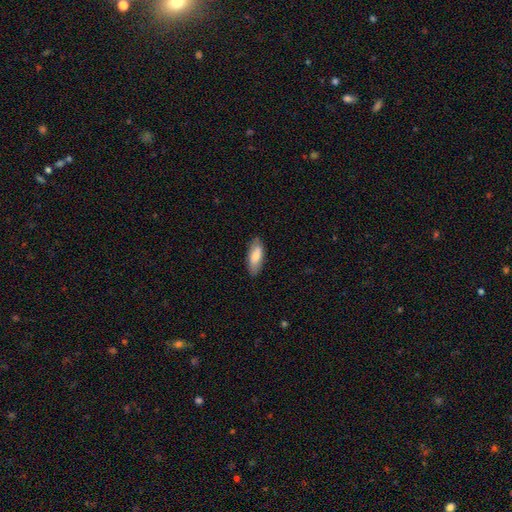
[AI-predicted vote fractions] This appears to be a smooth galaxy with no disk features (75%) that is in between round and cigar-shaped (73%). Merging: none (85%).